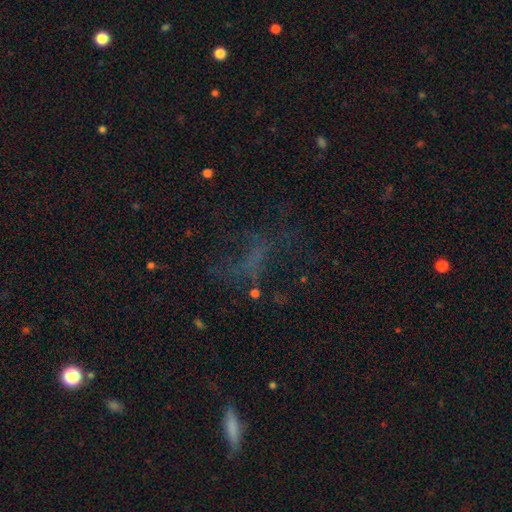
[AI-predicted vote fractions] Smooth or featured? star or artifact (39%)